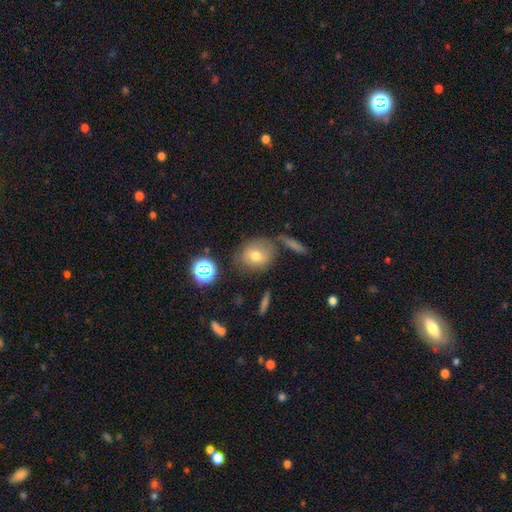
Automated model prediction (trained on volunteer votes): A smooth galaxy with no disk features (67%) that is round (69%).

Vote fractions:
- Smooth or featured? smooth: 67% / featured or disk: 20% / star or artifact: 14%
- How rounded? round: 69% / in between: 29% / cigar-shaped: 2%
- Merging? none: 67% / minor disturbance: 17% / merger: 10% / major disturbance: 7%